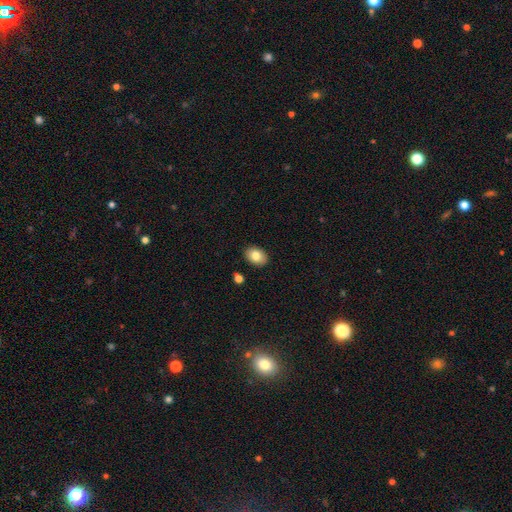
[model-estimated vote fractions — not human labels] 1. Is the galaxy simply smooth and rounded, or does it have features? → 82% smooth, 11% featured or disk, 8% star or artifact.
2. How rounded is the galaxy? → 79% in between, 20% round, 1% cigar-shaped.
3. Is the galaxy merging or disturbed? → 88% none, 8% minor disturbance, 2% merger, 2% major disturbance.